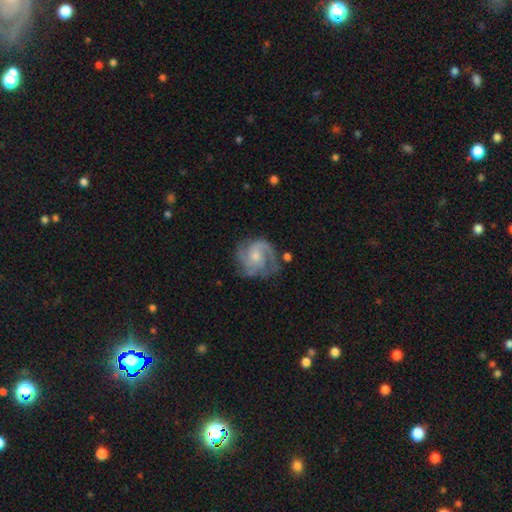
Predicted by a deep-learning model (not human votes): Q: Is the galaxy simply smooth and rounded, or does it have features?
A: featured or disk — 84%.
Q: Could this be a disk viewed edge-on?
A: no — 98%.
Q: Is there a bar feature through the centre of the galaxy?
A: no — 66%.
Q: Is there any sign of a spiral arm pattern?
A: yes — 96%.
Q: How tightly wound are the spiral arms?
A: medium — 45%.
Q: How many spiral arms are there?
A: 3 — 38%.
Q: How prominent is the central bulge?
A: small — 51%.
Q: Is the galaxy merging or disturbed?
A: none — 67%.